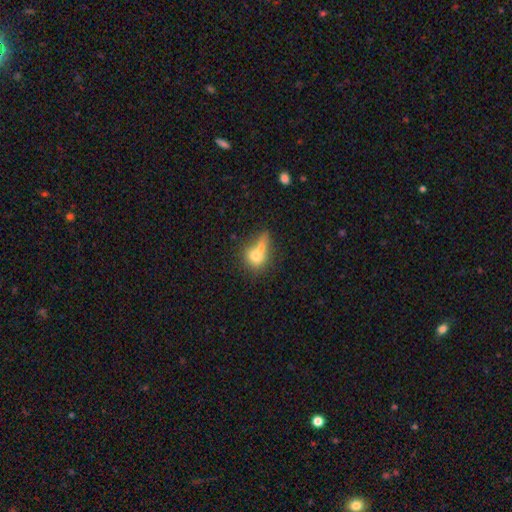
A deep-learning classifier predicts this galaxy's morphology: Smooth or featured: smooth — 70% (featured or disk — 20%)
How rounded: round — 62% (in between — 35%)
Merging: merger — 58% (none — 26%)